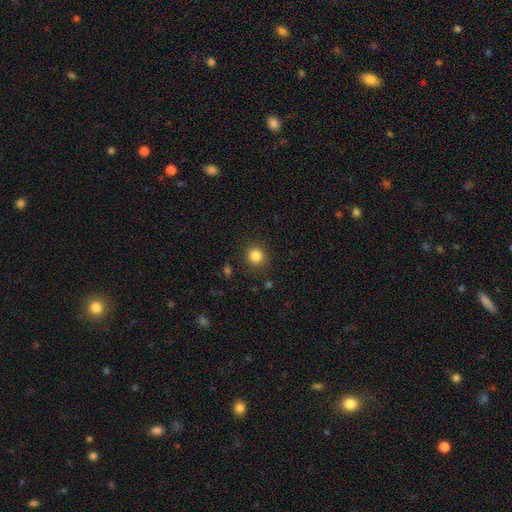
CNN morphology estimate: This appears to be a smooth galaxy with no disk features (84%) that is round (91%). Merging: none (89%).